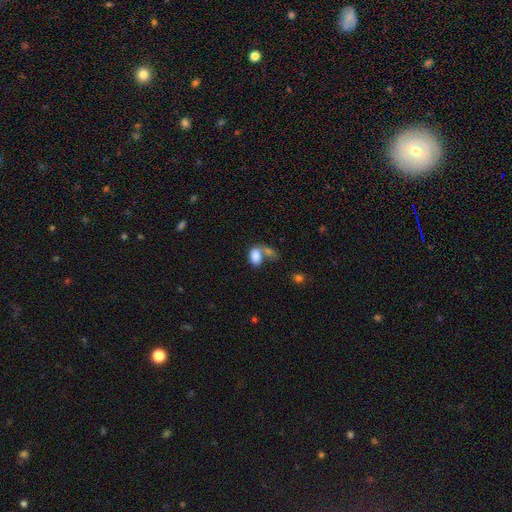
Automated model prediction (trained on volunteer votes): This appears to be a smooth galaxy with no disk features (83%) that is in between round and cigar-shaped (88%). Merging: merger (46%).